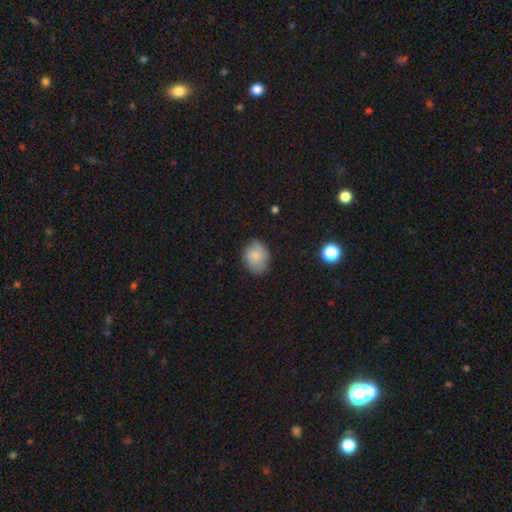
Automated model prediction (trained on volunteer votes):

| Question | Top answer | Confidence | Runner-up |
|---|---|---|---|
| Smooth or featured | smooth | 69% | featured or disk (23%) |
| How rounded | in between | 51% | round (48%) |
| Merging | none | 73% | minor disturbance (21%) |